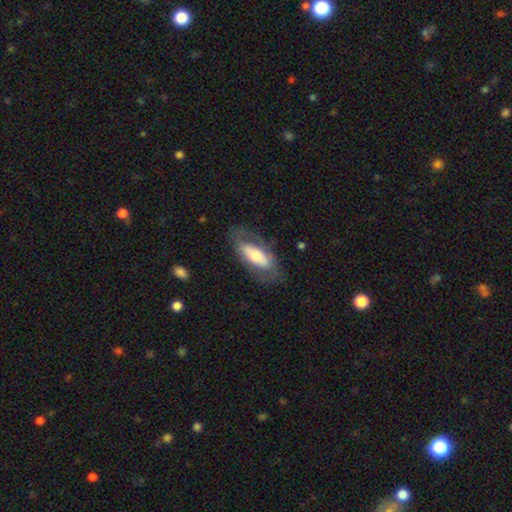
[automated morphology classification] A smooth galaxy with no disk features (49%).

Vote fractions:
- Smooth or featured? smooth: 49% / featured or disk: 45% / star or artifact: 6%
- Merging? none: 70% / minor disturbance: 17% / major disturbance: 11% / merger: 1%